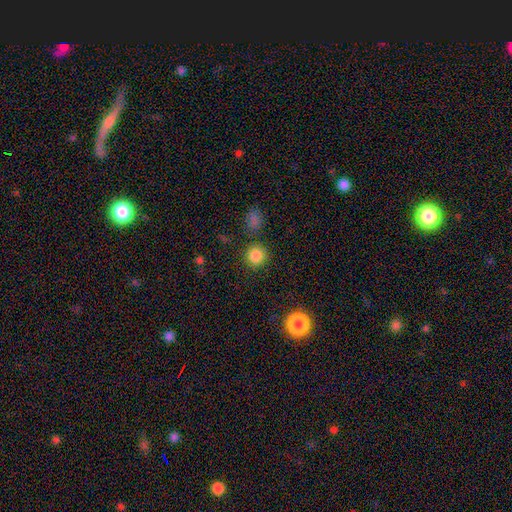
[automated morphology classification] Smooth or featured: smooth — 84% (star or artifact — 12%)
How rounded: round — 93% (in between — 6%)
Merging: none — 84% (minor disturbance — 8%)